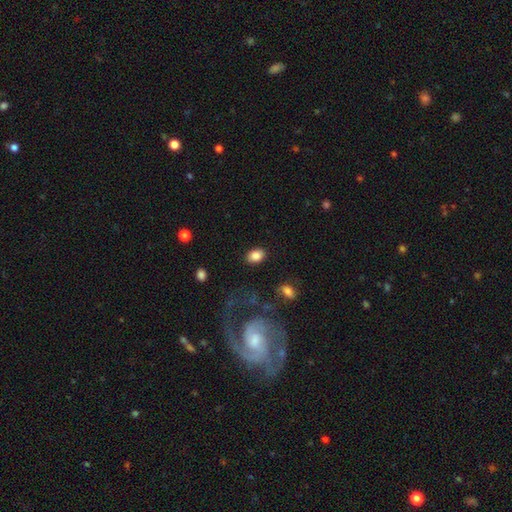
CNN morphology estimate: Smooth or featured? Predicted: smooth (p=0.86). How rounded? Predicted: in between (p=0.79). Merging? Predicted: none (p=0.86).